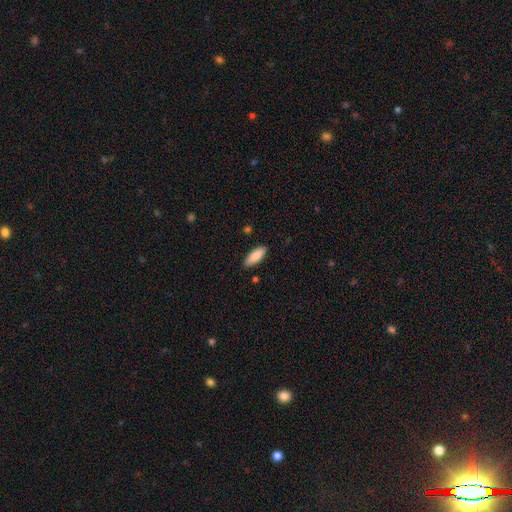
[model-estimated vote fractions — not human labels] Overall: smooth (88%). How rounded: in between (73%). Merging: none (86%).